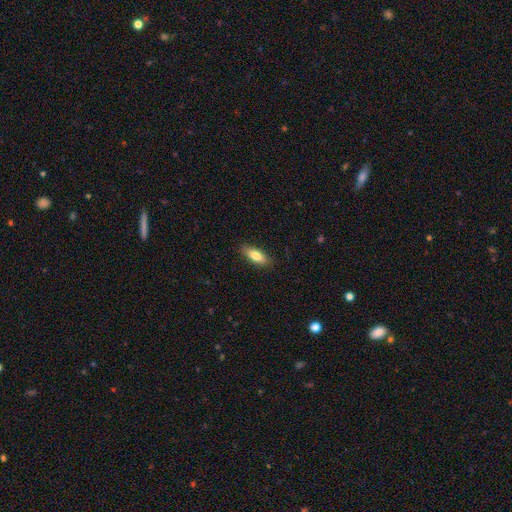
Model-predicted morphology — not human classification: This appears to be a smooth galaxy with no disk features (80%) that is in between round and cigar-shaped (68%). Merging: none (86%).